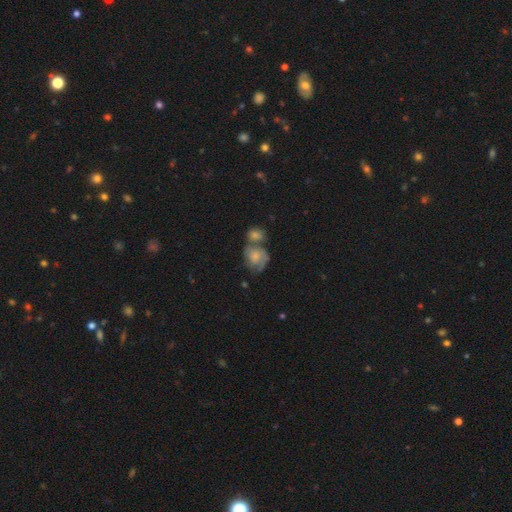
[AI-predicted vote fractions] Morphology: type=featured or disk (48%); merging=merger (42%).